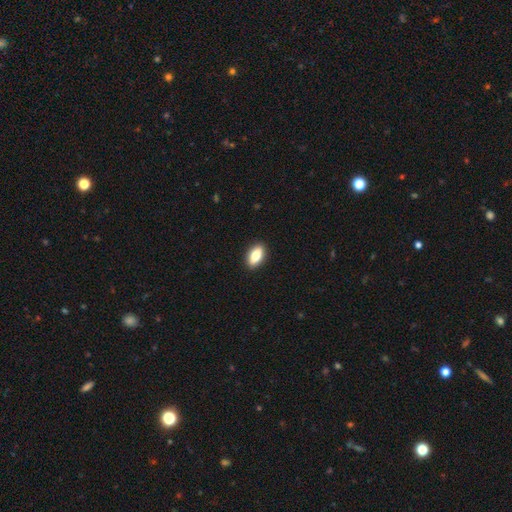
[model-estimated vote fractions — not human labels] smooth_or_featured: smooth (p=0.78) [alt: featured or disk p=0.15]
how_rounded: in between (p=0.87) [alt: cigar-shaped p=0.09]
merging: none (p=0.90) [alt: minor disturbance p=0.07]